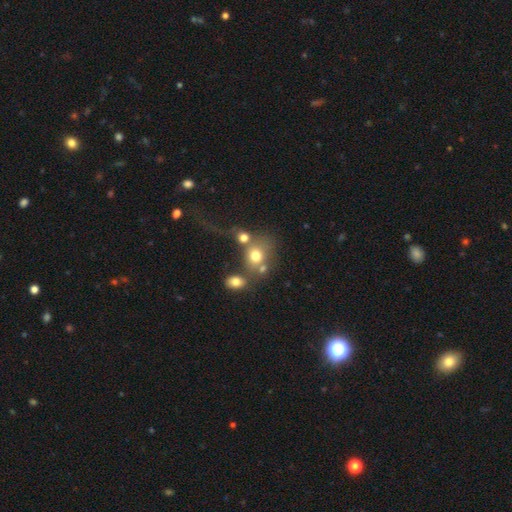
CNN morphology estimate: Smooth or featured? smooth (70%)
How rounded? round (64%)
Merging? merger (39%)